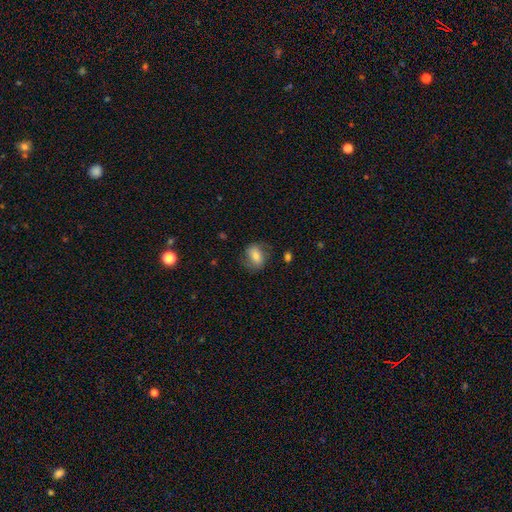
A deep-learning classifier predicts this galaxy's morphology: This is likely a smooth galaxy (64%). How rounded: likely in between (62%). Merging: likely none (70%).